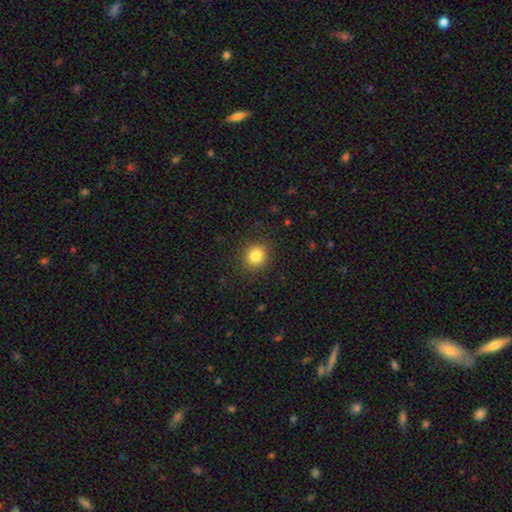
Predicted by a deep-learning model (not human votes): smooth-or-featured: smooth: 83% | star or artifact: 11% | featured or disk: 6%
  how-rounded: round: 84% | in between: 15% | cigar-shaped: 1%
  merging: none: 88% | minor disturbance: 8% | major disturbance: 3% | merger: 1%